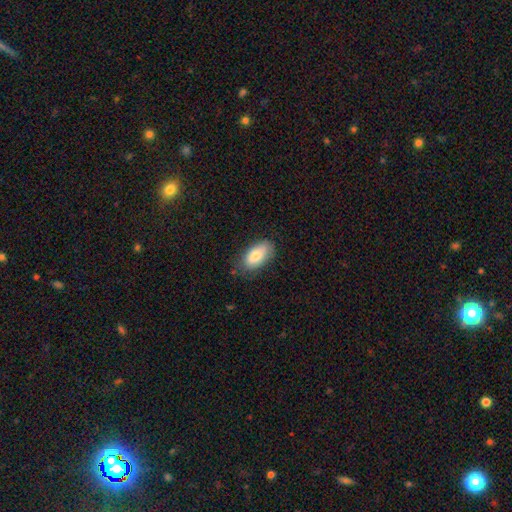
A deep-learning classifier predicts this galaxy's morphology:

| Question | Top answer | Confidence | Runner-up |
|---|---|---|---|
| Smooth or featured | smooth | 81% | featured or disk (12%) |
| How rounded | in between | 92% | cigar-shaped (4%) |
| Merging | none | 76% | minor disturbance (19%) |